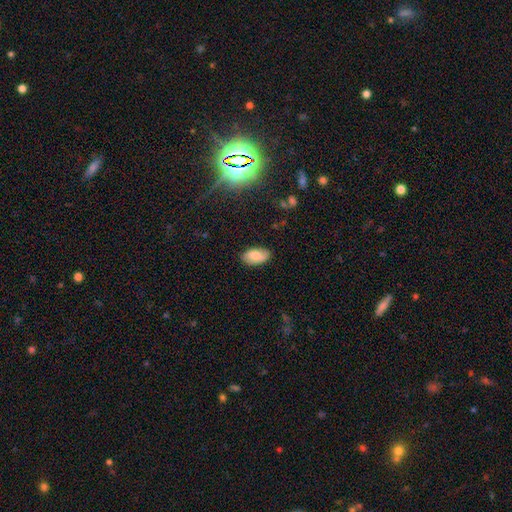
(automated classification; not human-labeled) Q: Smooth or featured?
A: smooth (74%); runner-up: featured or disk (18%)
Q: How rounded?
A: in between (94%); runner-up: round (4%)
Q: Merging?
A: none (84%); runner-up: minor disturbance (13%)